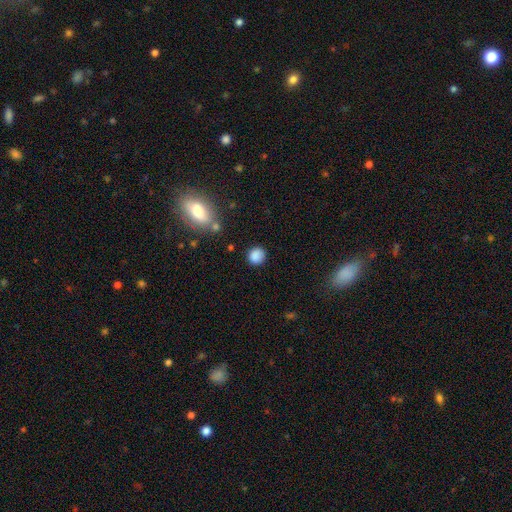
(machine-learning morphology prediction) This appears to be a smooth galaxy with no disk features (86%) that is round (85%). Merging: none (82%).